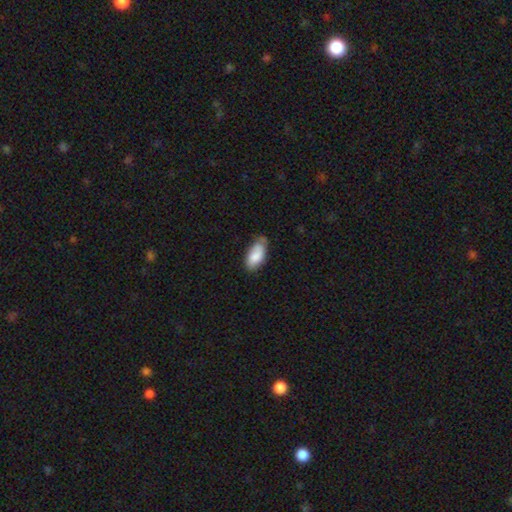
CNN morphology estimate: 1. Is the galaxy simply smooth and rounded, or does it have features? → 81% smooth, 13% featured or disk, 6% star or artifact.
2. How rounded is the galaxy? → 92% in between, 6% cigar-shaped, 2% round.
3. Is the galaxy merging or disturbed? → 52% none, 38% minor disturbance, 7% major disturbance, 3% merger.